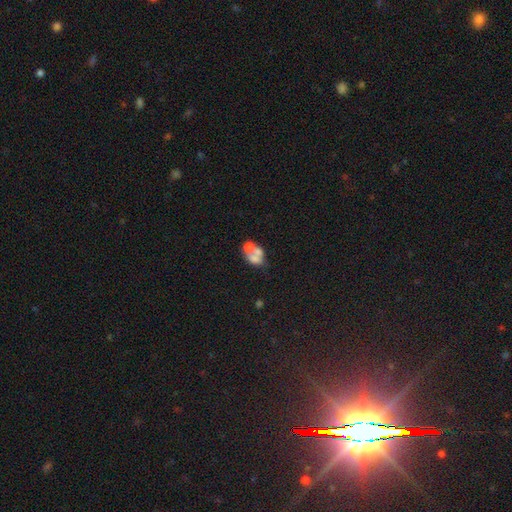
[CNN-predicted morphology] Smooth or featured? Predicted: smooth (p=0.45). Merging? Predicted: merger (p=0.58).